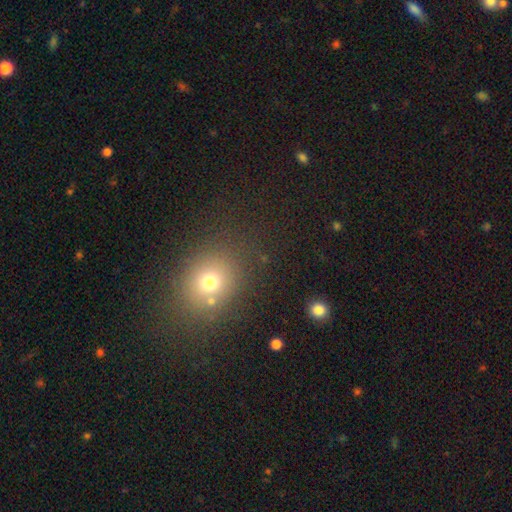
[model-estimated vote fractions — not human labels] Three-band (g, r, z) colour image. It shows a smooth galaxy with no disk features (63%) that is round (61%). Merging: none (81%).